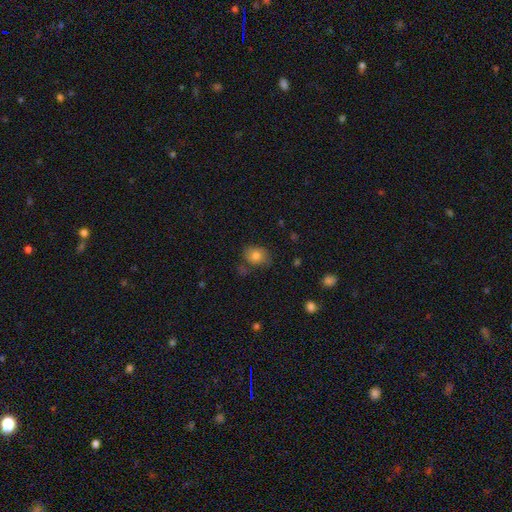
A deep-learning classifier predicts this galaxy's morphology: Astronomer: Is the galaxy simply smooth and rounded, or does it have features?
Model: smooth — 79%.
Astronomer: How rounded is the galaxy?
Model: round — 54% (runner-up: in between, 45%).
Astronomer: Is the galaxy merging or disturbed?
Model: none — 67%.